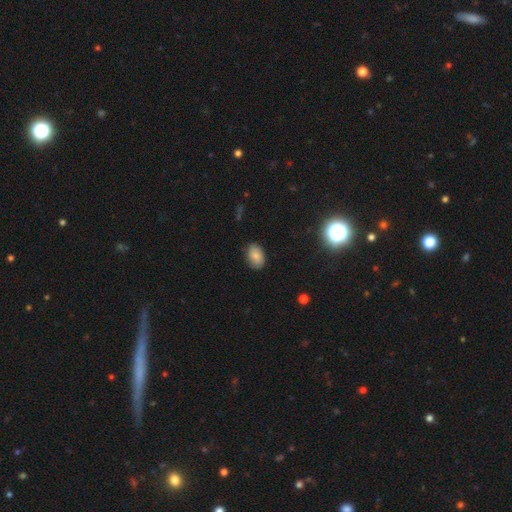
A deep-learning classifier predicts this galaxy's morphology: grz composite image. It shows a smooth galaxy with no disk features (81%) that is in between round and cigar-shaped (87%). Merging: none (80%).